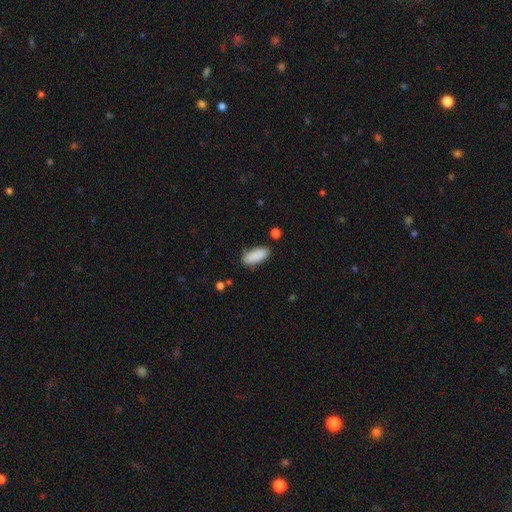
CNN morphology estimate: type=smooth (89%); roundness=in between (85%); merging=none (80%).